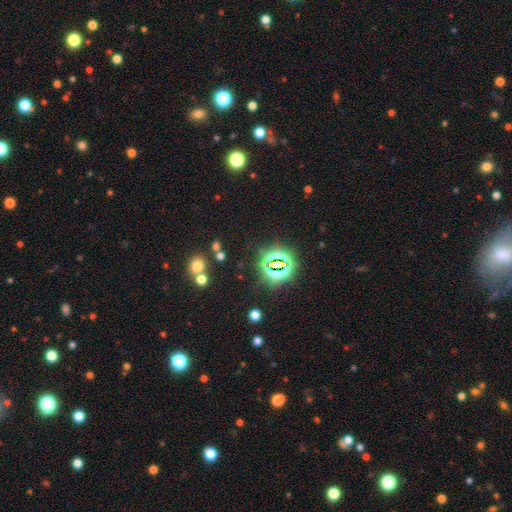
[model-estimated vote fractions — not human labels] The model was most divided on "smooth or featured": star or artifact: 80%, smooth: 13%, featured or disk: 7%.